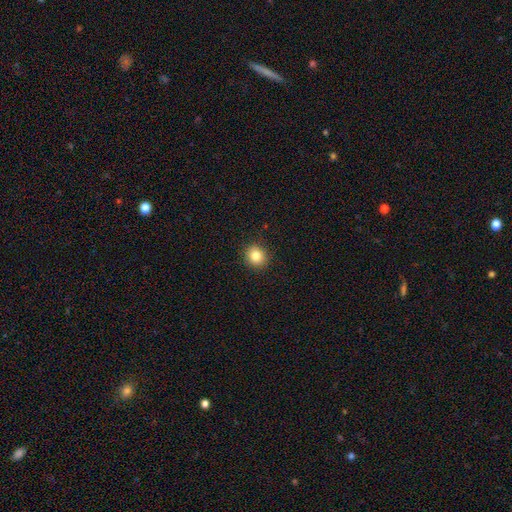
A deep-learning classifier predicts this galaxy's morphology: Smooth or featured?
  - smooth: 83% *
  - star or artifact: 11%
  - featured or disk: 6%
How rounded?
  - round: 87% *
  - in between: 12%
  - cigar-shaped: 1%
Merging?
  - none: 91% *
  - minor disturbance: 6%
  - major disturbance: 2%
  - merger: 1%